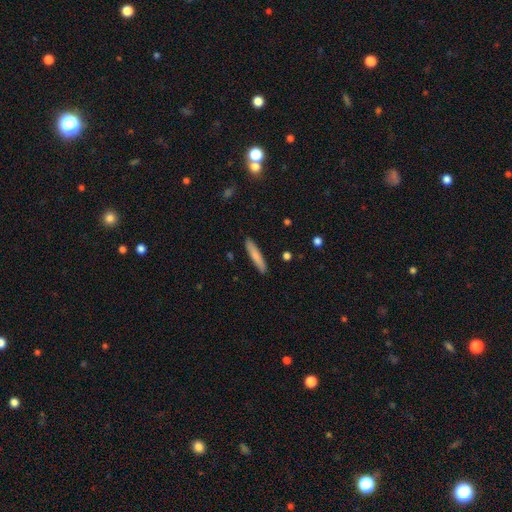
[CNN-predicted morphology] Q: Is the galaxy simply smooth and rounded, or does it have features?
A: smooth — 80%.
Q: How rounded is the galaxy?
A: cigar-shaped — 91%.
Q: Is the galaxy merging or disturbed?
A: none — 90%.